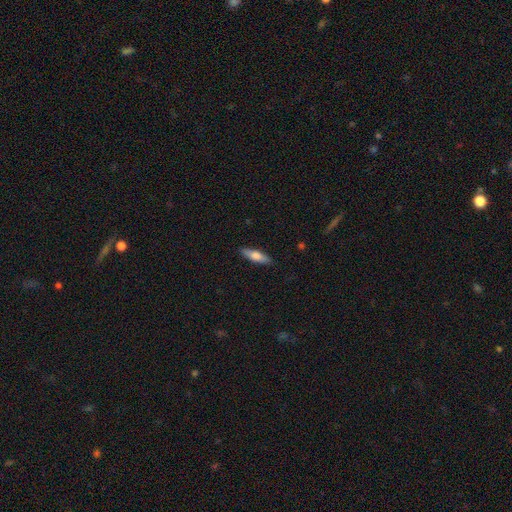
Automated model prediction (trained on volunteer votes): A smooth galaxy with no disk features (66%) that is cigar-shaped (60%).

Vote fractions:
- Smooth or featured? smooth: 66% / featured or disk: 28% / star or artifact: 6%
- How rounded? cigar-shaped: 60% / in between: 38% / round: 2%
- Merging? none: 88% / minor disturbance: 9% / major disturbance: 2% / merger: 1%